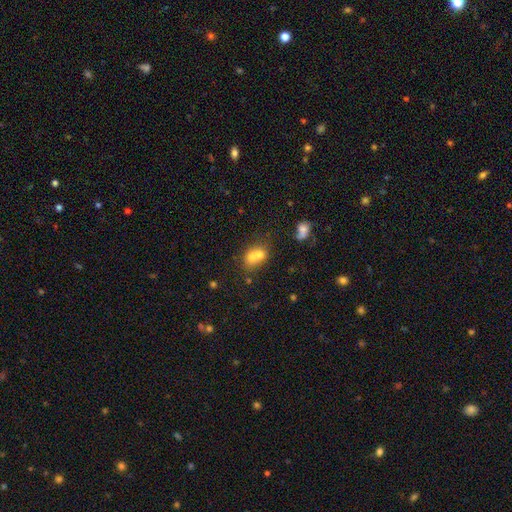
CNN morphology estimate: Smooth or featured? smooth (66%)
How rounded? round (58%)
Merging? merger (68%)